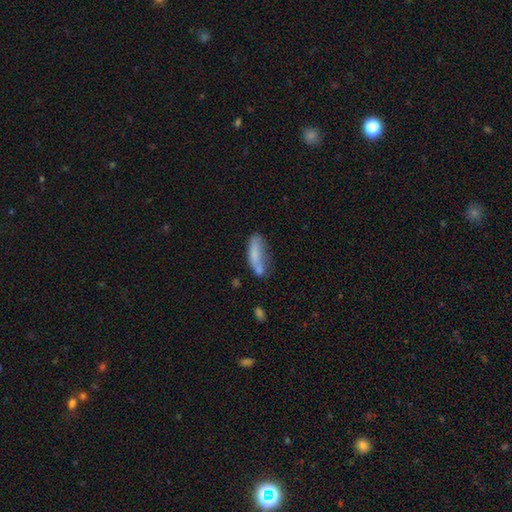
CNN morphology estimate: type=smooth (70%); roundness=cigar-shaped (53%); merging=none (42%).